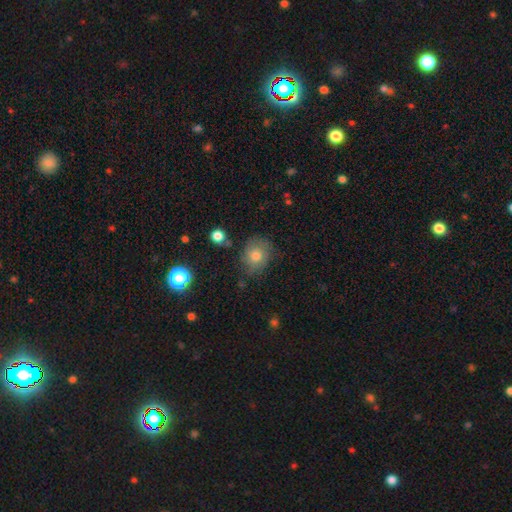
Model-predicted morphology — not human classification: Smooth or featured: smooth — 66% (featured or disk — 21%)
How rounded: round — 71% (in between — 28%)
Merging: none — 69% (minor disturbance — 22%)